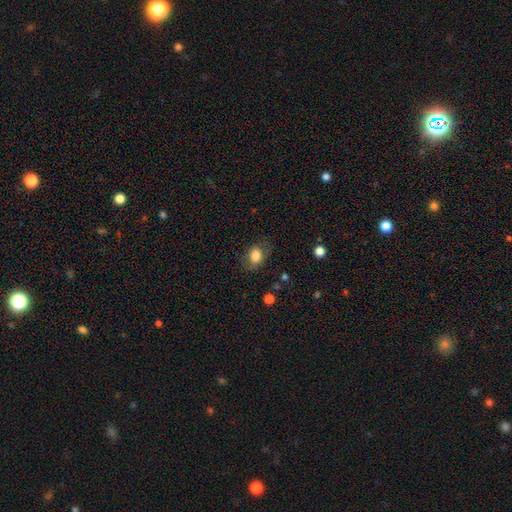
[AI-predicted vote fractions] Morphology: type=smooth (80%); roundness=in between (70%); merging=none (73%).